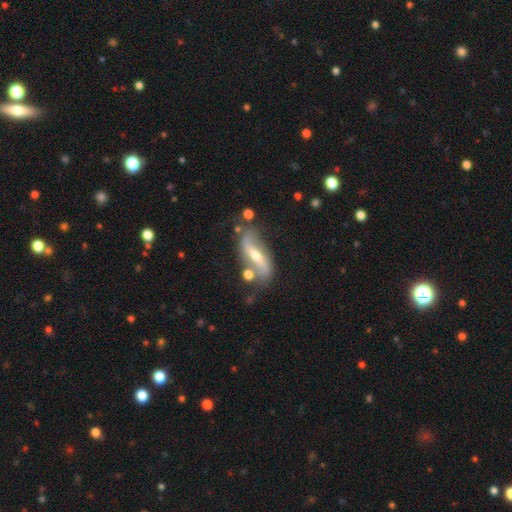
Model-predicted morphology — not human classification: Smooth or featured: featured or disk — 77% (smooth — 17%)
Edge-on disk: no — 79% (yes — 21%)
Bar: strong — 54% (weak — 26%)
Spiral arms: yes — 81% (no — 19%)
Bulge size: moderate — 52% (small — 42%)
Merging: none — 65% (minor disturbance — 19%)